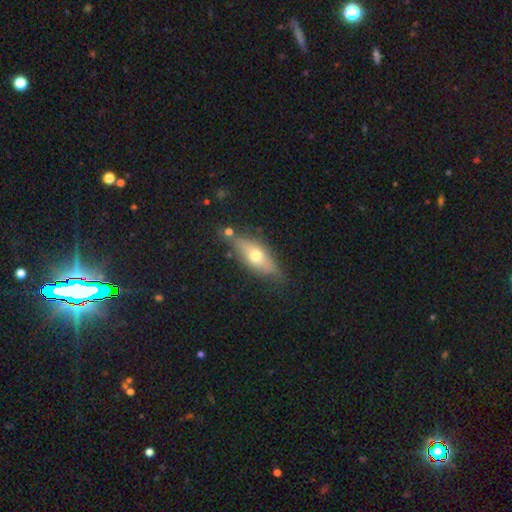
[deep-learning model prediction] Overall: smooth (50%; featured or disk 42%). How rounded: in between (57%; cigar-shaped 38%). Merging: none (72%).